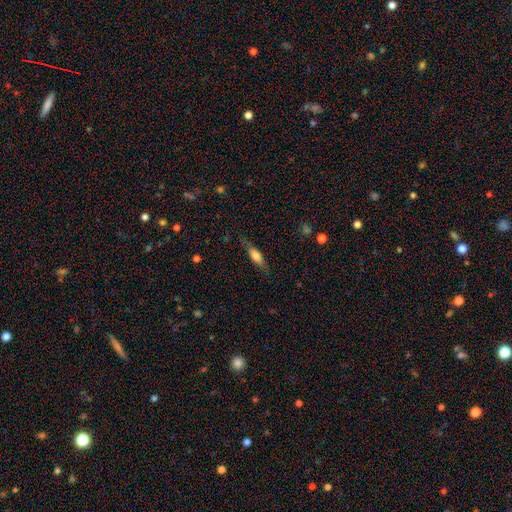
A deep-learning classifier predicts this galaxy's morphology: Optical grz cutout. It shows a smooth galaxy with no disk features (63%) that is cigar-shaped (54%). Merging: none (76%).